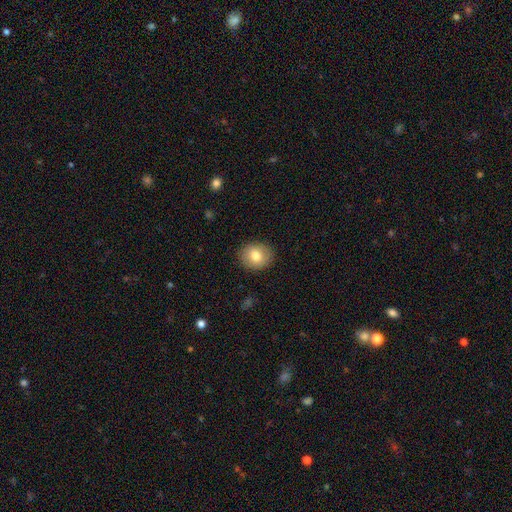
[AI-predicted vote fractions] Smooth or featured? smooth (78%)
How rounded? round (67%)
Merging? none (89%)